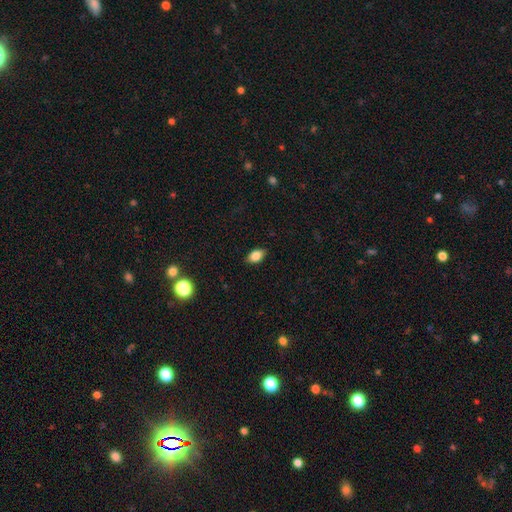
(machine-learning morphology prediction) A smooth galaxy with no disk features (84%) that is in between round and cigar-shaped (86%). Merging: none (86%).